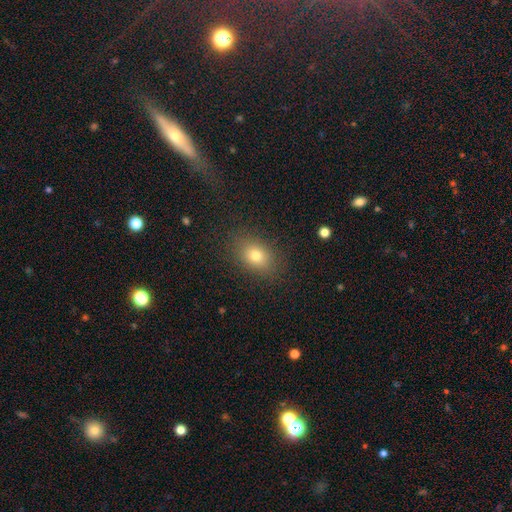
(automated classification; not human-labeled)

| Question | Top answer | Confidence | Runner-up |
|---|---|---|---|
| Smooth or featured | smooth | 78% | star or artifact (12%) |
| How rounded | in between | 72% | round (26%) |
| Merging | none | 85% | minor disturbance (10%) |